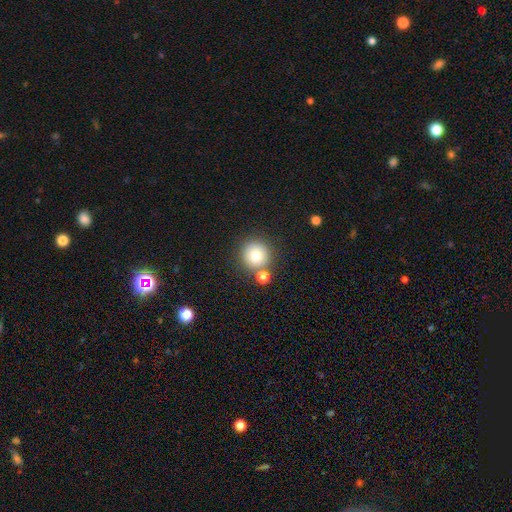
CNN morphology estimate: smooth-or-featured: smooth: 78% | star or artifact: 12% | featured or disk: 10%
  how-rounded: round: 94% | in between: 5% | cigar-shaped: 1%
  merging: none: 76% | merger: 13% | minor disturbance: 8% | major disturbance: 3%